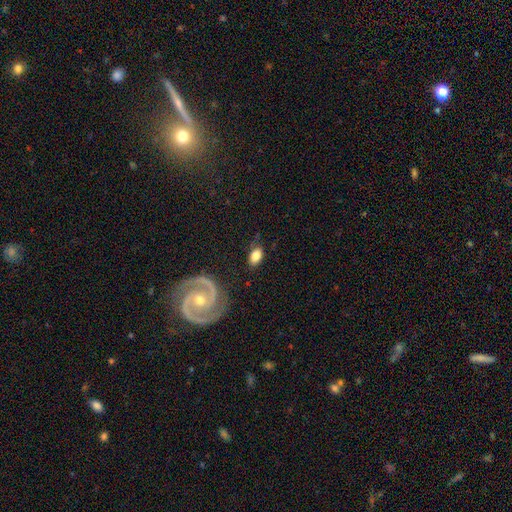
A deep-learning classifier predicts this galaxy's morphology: Overall: smooth (73%). How rounded: in between (87%). Merging: none (68%).